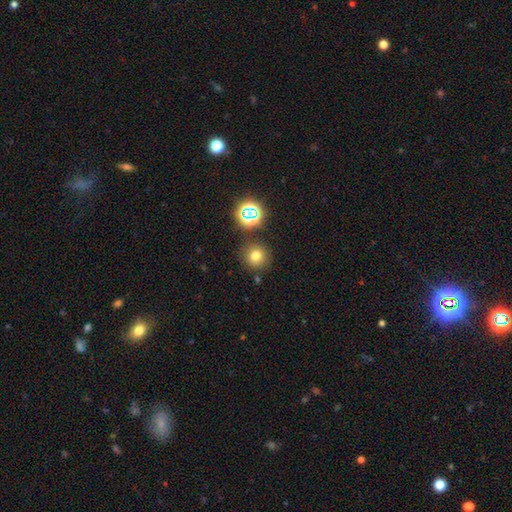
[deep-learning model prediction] This is likely a smooth galaxy (71%). How rounded: clearly round (91%). Merging: clearly none (82%).